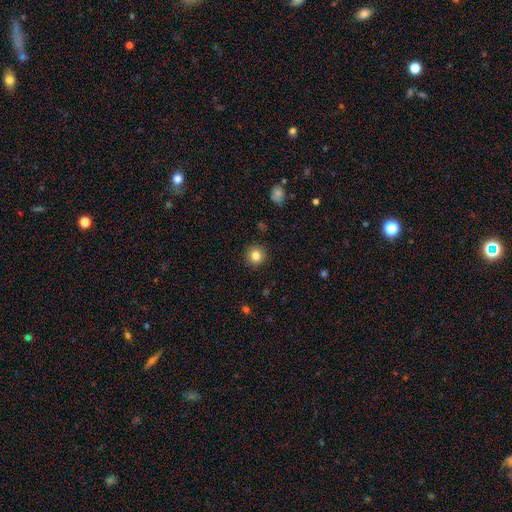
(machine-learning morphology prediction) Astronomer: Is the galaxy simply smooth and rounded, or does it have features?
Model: smooth — 83%.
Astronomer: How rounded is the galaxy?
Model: round — 94%.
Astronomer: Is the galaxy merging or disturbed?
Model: none — 92%.